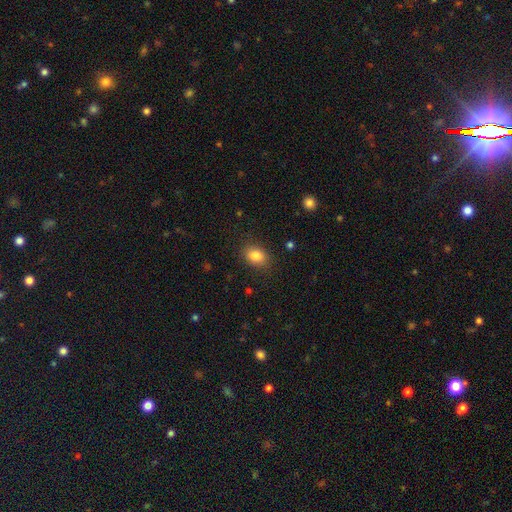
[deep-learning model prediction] smooth-or-featured: smooth: 85% | star or artifact: 9% | featured or disk: 6%
  how-rounded: in between: 72% | round: 27% | cigar-shaped: 1%
  merging: none: 85% | minor disturbance: 11% | major disturbance: 3% | merger: 1%